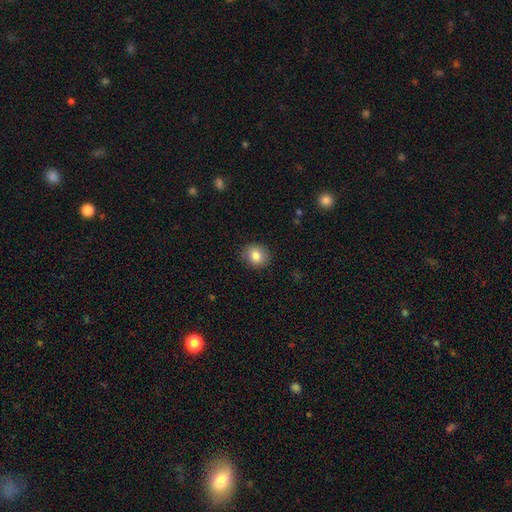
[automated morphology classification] Q: Smooth or featured?
A: smooth (82%); runner-up: star or artifact (9%)
Q: How rounded?
A: round (77%); runner-up: in between (22%)
Q: Merging?
A: none (88%); runner-up: minor disturbance (9%)